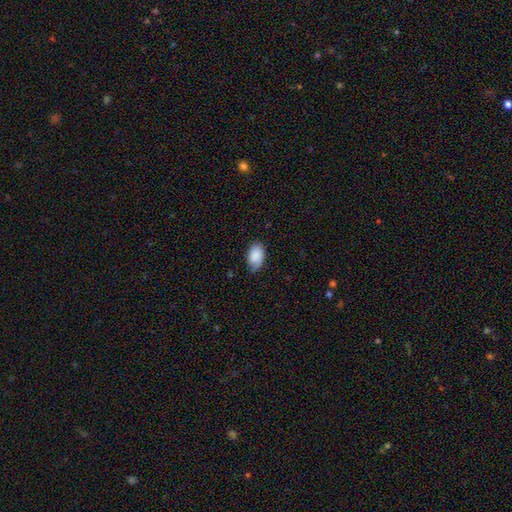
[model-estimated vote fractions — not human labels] A smooth galaxy with no disk features (85%) that is in between round and cigar-shaped (90%). Merging: none (61%).